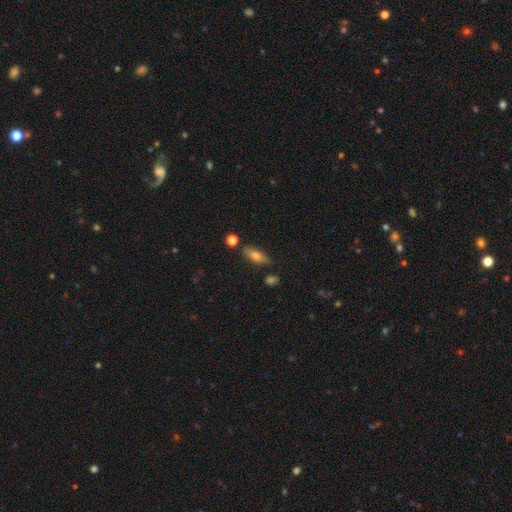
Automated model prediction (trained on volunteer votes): Smooth or featured?
  - smooth: 69% *
  - featured or disk: 23%
  - star or artifact: 8%
How rounded?
  - in between: 67% *
  - cigar-shaped: 29%
  - round: 4%
Merging?
  - none: 77% *
  - minor disturbance: 15%
  - merger: 5%
  - major disturbance: 3%